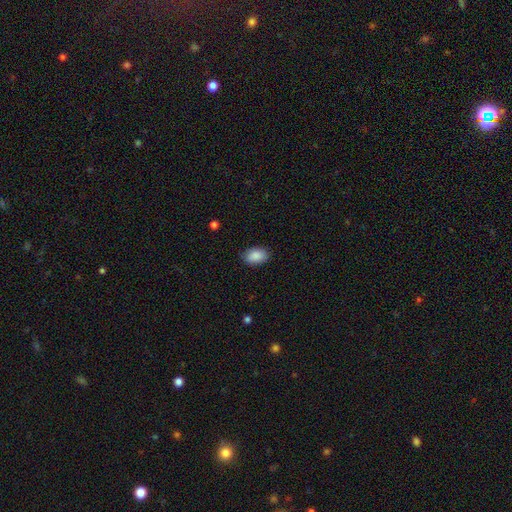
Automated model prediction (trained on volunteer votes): Morphology: type=smooth (89%); roundness=in between (89%); merging=none (84%).